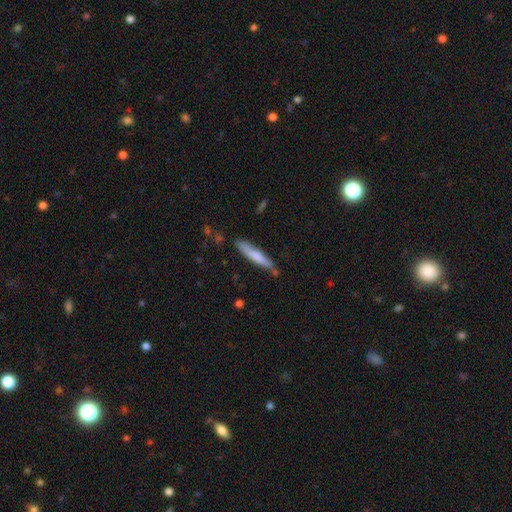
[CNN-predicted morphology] The model was most divided on "smooth or featured": smooth: 69%, featured or disk: 26%, star or artifact: 5%. More confident: how rounded — cigar-shaped (91%); merging — none (74%).